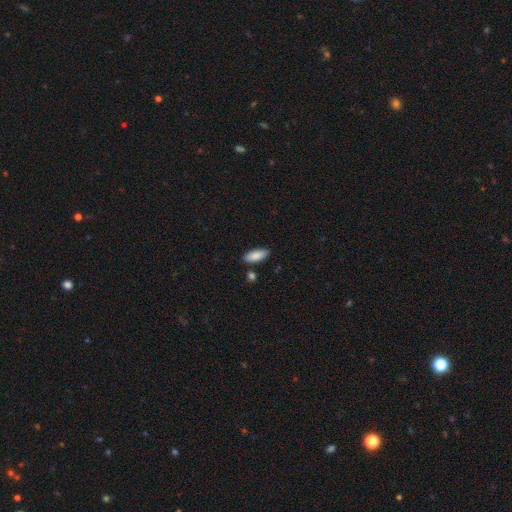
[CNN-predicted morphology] This appears to be a smooth galaxy with no disk features (88%) that is in between round and cigar-shaped (77%). Merging: none (84%).